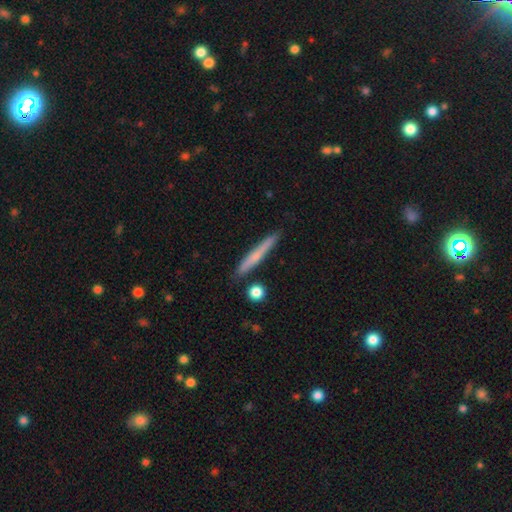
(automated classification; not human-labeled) smooth 61%, featured or disk 33%, star or artifact 6%. Down the decision tree: how rounded — cigar-shaped (96%); merging — none (87%).